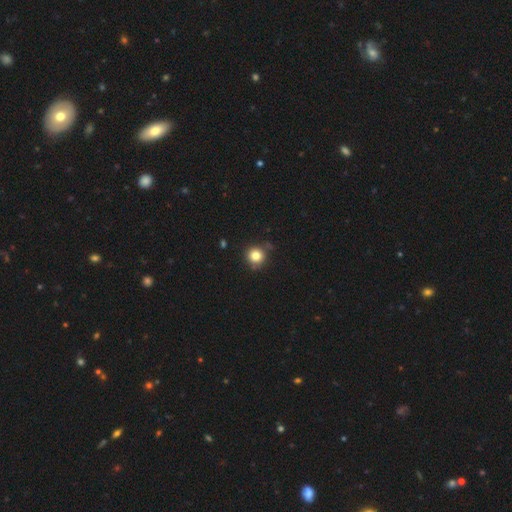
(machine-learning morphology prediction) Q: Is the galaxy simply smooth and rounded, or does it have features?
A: smooth — 83%.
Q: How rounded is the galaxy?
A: round — 93%.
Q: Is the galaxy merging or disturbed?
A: none — 80%.